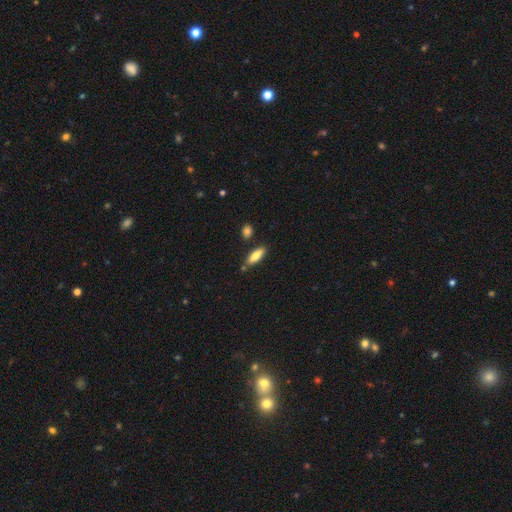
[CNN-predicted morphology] smooth_or_featured: smooth (p=0.77) [alt: featured or disk p=0.17]
how_rounded: in between (p=0.57) [alt: cigar-shaped p=0.40]
merging: none (p=0.79) [alt: minor disturbance p=0.12]